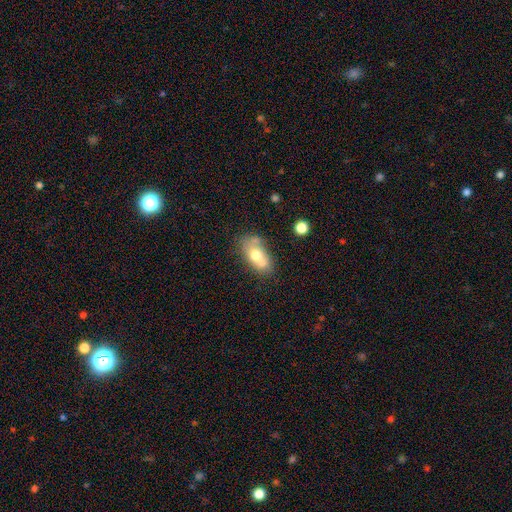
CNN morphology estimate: Smooth or featured? smooth (62%)
How rounded? in between (83%)
Merging? none (44%)